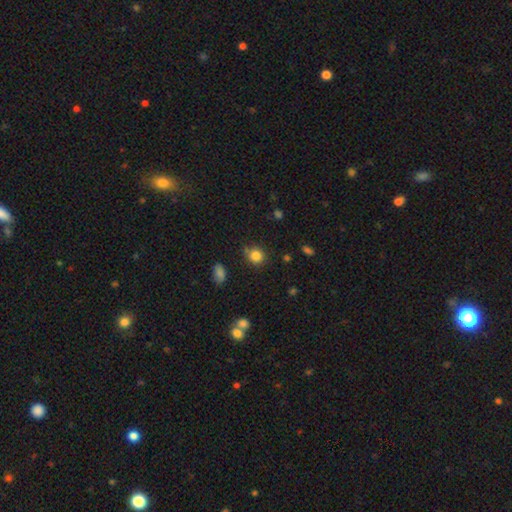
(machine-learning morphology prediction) smooth-or-featured: smooth: 83% | star or artifact: 12% | featured or disk: 5%
  how-rounded: round: 80% | in between: 19% | cigar-shaped: 1%
  merging: none: 71% | minor disturbance: 19% | merger: 5% | major disturbance: 5%